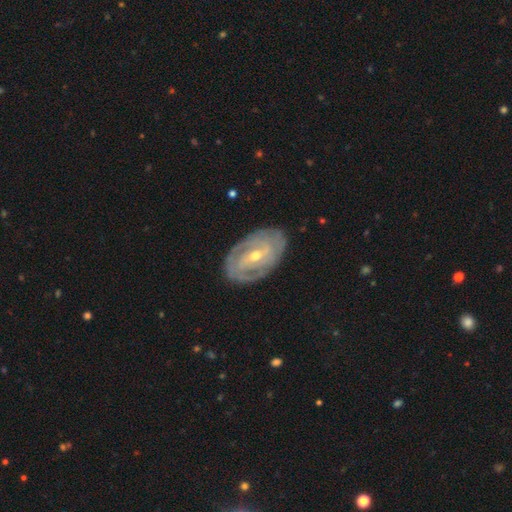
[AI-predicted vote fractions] This is clearly a featured or disk galaxy (85%). It is clearly not viewed edge-on (95%). Bar: possibly weak (45%). Spiral arm pattern: clearly yes (91%). Spiral arm count: marginally 2 (41%). Spiral winding: likely tight (68%). Central bulge: possibly moderate (51%). Merging: clearly none (82%).